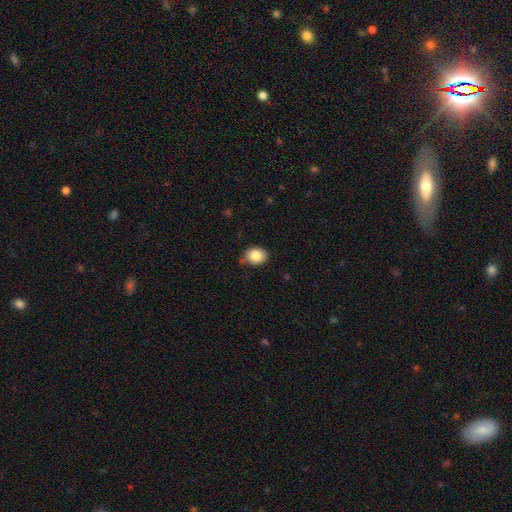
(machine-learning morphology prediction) smooth 86%, star or artifact 8%, featured or disk 6%. Down the decision tree: how rounded — in between (53%); merging — none (80%).